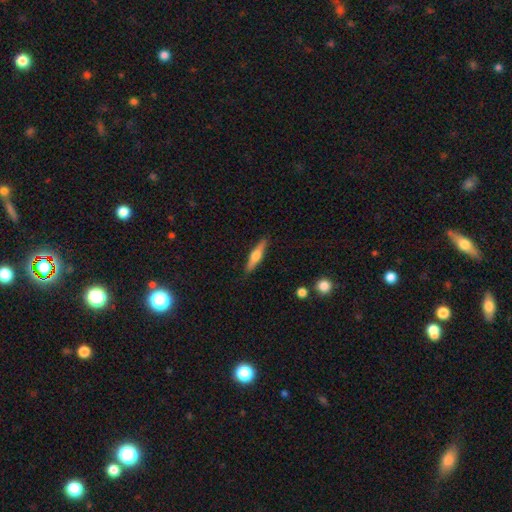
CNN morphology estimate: featured or disk 51%, smooth 43%, star or artifact 6%. Down the decision tree: edge-on disk — yes (94%); merging — none (89%).